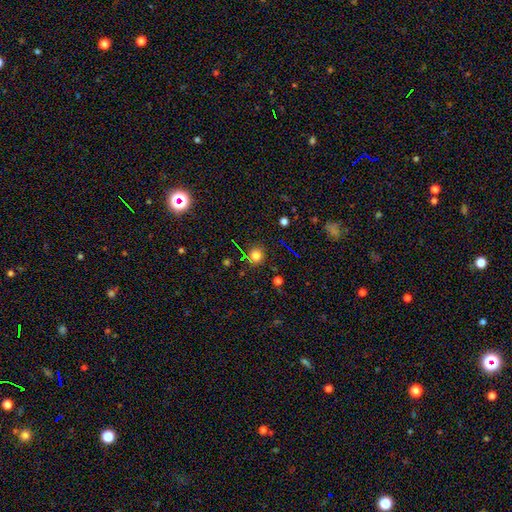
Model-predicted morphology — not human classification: Q: Smooth or featured?
A: smooth (74%); runner-up: star or artifact (20%)
Q: How rounded?
A: round (92%); runner-up: in between (7%)
Q: Merging?
A: none (86%); runner-up: minor disturbance (8%)